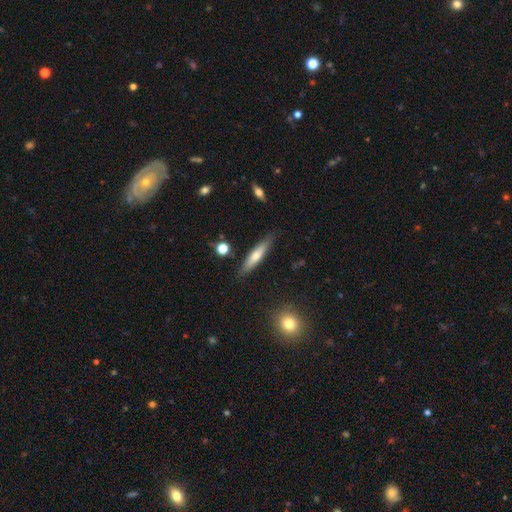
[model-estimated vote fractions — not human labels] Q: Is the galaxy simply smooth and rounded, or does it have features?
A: smooth — 55%.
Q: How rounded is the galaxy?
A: cigar-shaped — 85%.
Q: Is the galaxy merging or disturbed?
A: none — 85%.